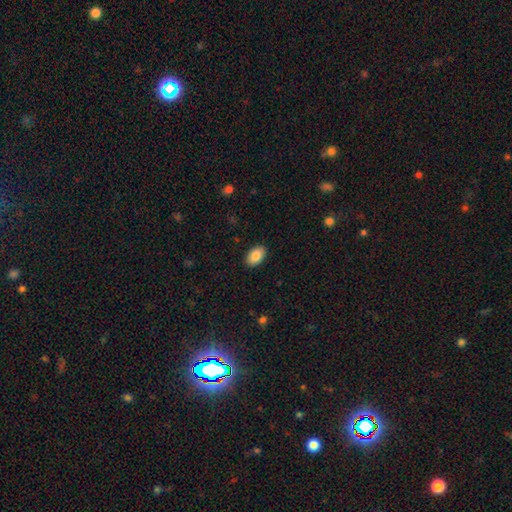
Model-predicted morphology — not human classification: Smooth or featured? Predicted: smooth (p=0.87). How rounded? Predicted: in between (p=0.92). Merging? Predicted: none (p=0.89).